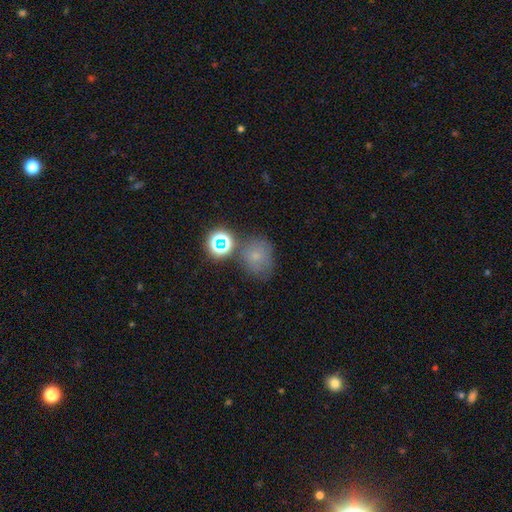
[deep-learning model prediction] Smooth or featured: smooth — 61% (star or artifact — 24%)
How rounded: round — 65% (in between — 34%)
Merging: none — 58% (minor disturbance — 20%)